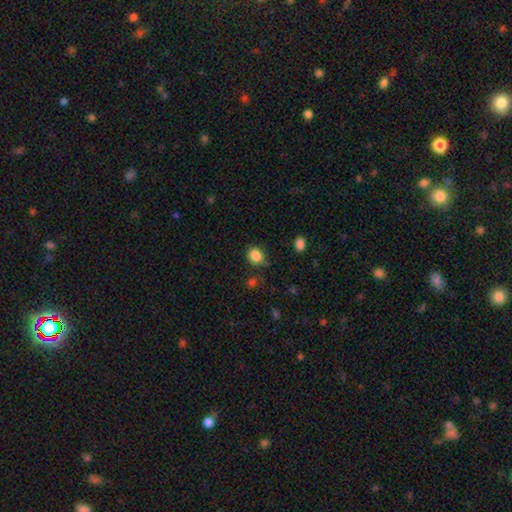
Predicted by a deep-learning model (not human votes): smooth_or_featured: smooth (p=0.86) [alt: star or artifact p=0.10]
how_rounded: round (p=0.63) [alt: in between p=0.36]
merging: none (p=0.76) [alt: minor disturbance p=0.16]